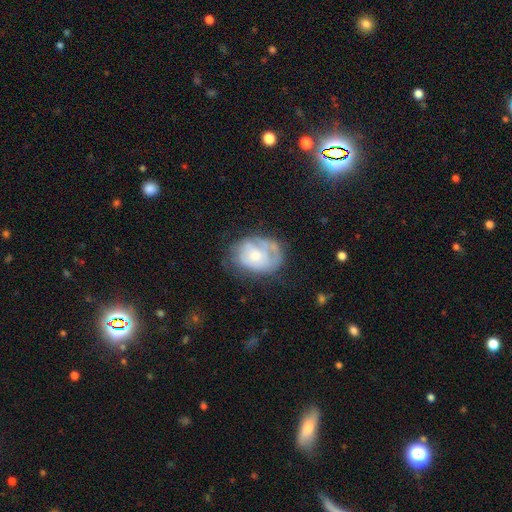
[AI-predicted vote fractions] smooth-or-featured: featured or disk: 55% | smooth: 37% | star or artifact: 7%
  disk-edge-on: no: 97% | yes: 3%
    bar: no: 79% | weak: 18% | strong: 3%
    has-spiral-arms: yes: 57% | no: 43%
    bulge-size: moderate: 44% | small: 41% | large: 7% | none: 5% | dominant: 2%
  merging: none: 47% | minor disturbance: 29% | major disturbance: 21% | merger: 3%